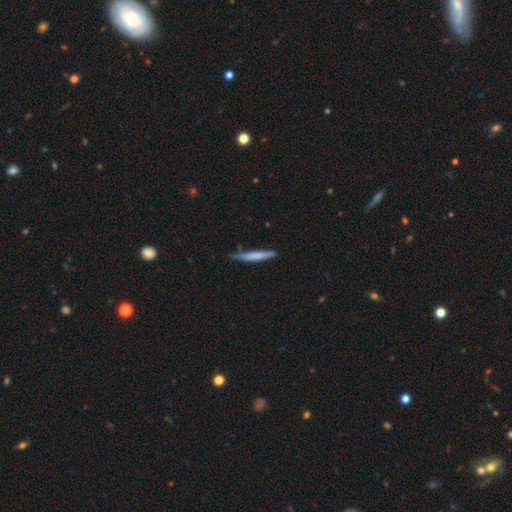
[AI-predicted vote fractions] smooth_or_featured: smooth (p=0.64) [alt: featured or disk p=0.30]
how_rounded: cigar-shaped (p=0.95) [alt: in between p=0.03]
merging: none (p=0.75) [alt: minor disturbance p=0.20]